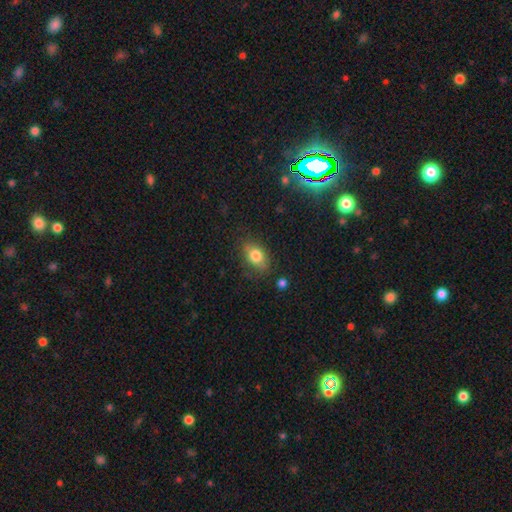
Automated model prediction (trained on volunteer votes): This appears to be a smooth galaxy with no disk features (78%) that is in between round and cigar-shaped (77%). Merging: none (74%).